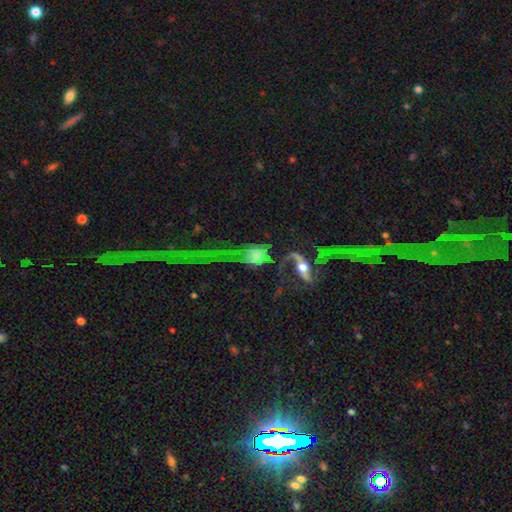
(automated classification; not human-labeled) featured or disk 46%, smooth 43%, star or artifact 11%. Down the decision tree: merging — merger (32%).